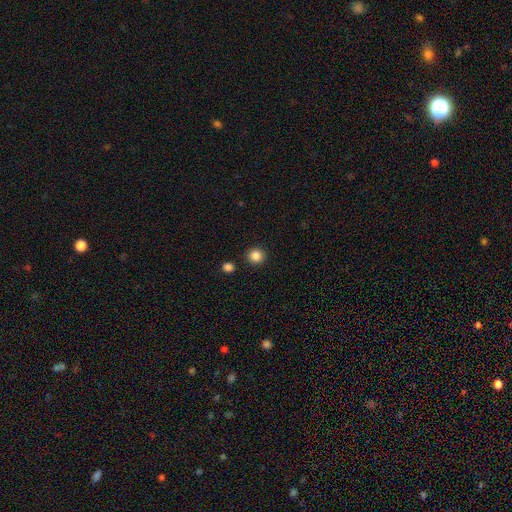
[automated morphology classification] Smooth or featured: smooth — 86% (star or artifact — 11%)
How rounded: round — 93% (in between — 6%)
Merging: none — 91% (minor disturbance — 5%)